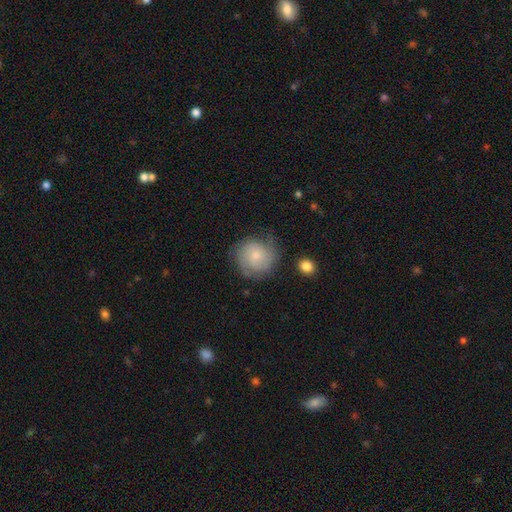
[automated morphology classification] Smooth or featured?
  - smooth: 50% *
  - featured or disk: 43%
  - star or artifact: 7%
Merging?
  - none: 64% *
  - minor disturbance: 24%
  - major disturbance: 10%
  - merger: 2%